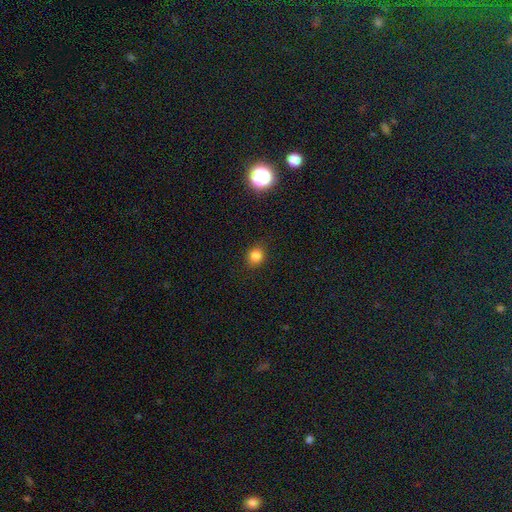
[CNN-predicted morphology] Q: Smooth or featured?
A: smooth (81%); runner-up: star or artifact (14%)
Q: How rounded?
A: round (75%); runner-up: in between (24%)
Q: Merging?
A: none (88%); runner-up: minor disturbance (9%)